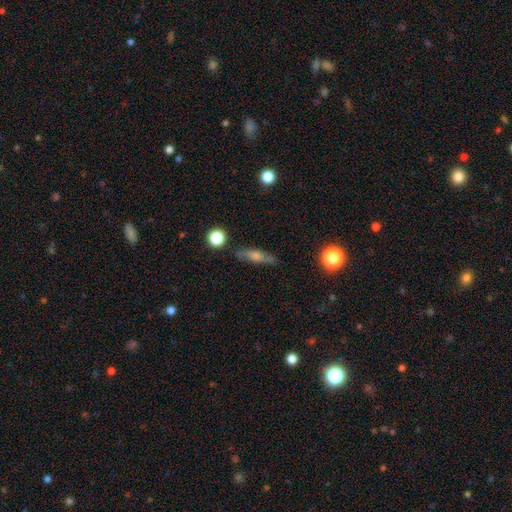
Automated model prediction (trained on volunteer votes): smooth_or_featured: smooth (p=0.49) [alt: featured or disk p=0.40]
merging: none (p=0.80) [alt: minor disturbance p=0.14]